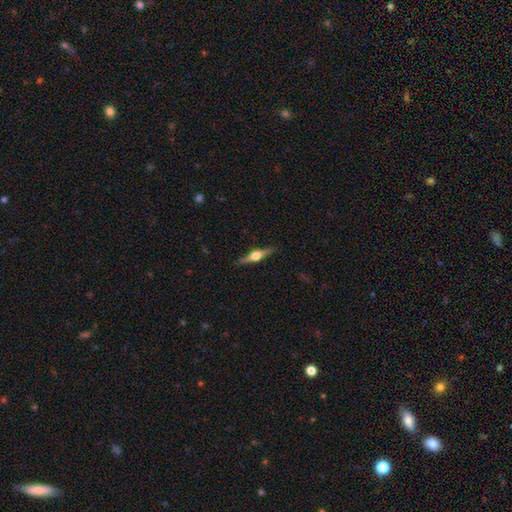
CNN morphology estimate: type=featured or disk (76%); edge-on=yes (98%); edge-on bulge=rounded (94%); merging=none (89%).